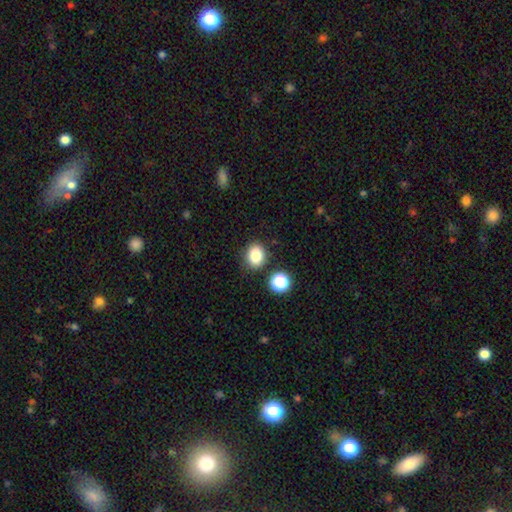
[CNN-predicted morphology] Smooth or featured?
  - smooth: 83% *
  - star or artifact: 12%
  - featured or disk: 6%
How rounded?
  - round: 59% *
  - in between: 40%
  - cigar-shaped: 1%
Merging?
  - none: 81% *
  - minor disturbance: 10%
  - merger: 6%
  - major disturbance: 3%